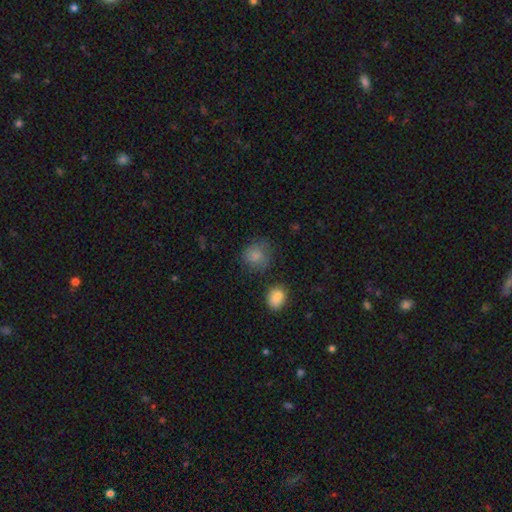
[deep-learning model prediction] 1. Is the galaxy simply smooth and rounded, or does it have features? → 83% smooth, 10% star or artifact, 7% featured or disk.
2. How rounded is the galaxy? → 81% round, 18% in between, 1% cigar-shaped.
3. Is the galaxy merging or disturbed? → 69% none, 20% minor disturbance, 7% major disturbance, 4% merger.